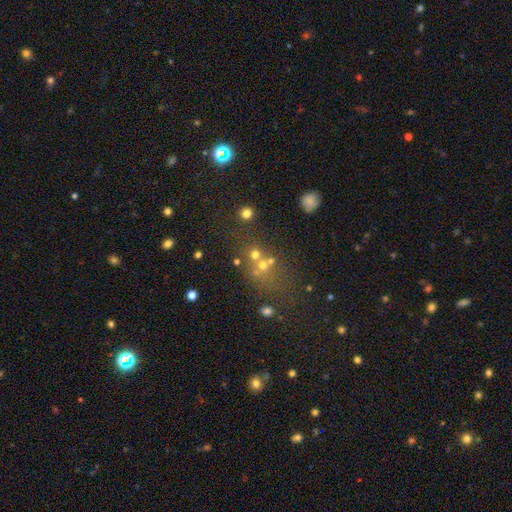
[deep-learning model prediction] smooth-or-featured: smooth: 45% | star or artifact: 37% | featured or disk: 18%
  merging: none: 46% | merger: 36% | minor disturbance: 10% | major disturbance: 8%